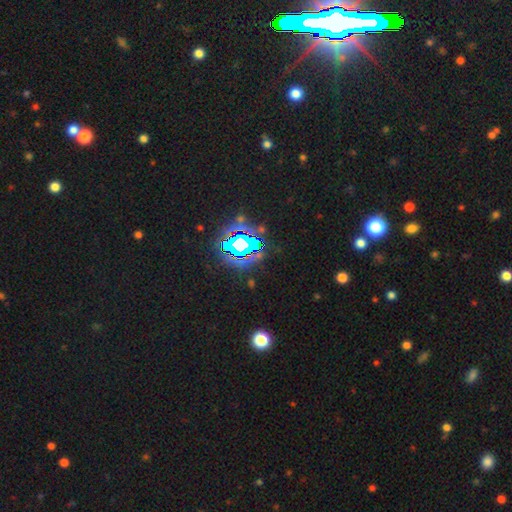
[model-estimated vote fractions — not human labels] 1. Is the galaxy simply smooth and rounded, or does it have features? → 73% star or artifact, 15% smooth, 12% featured or disk.